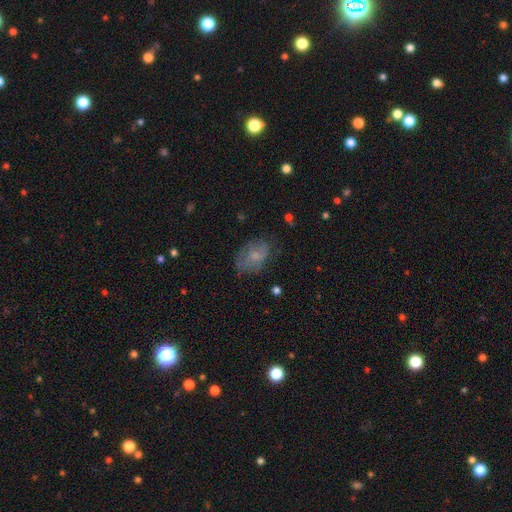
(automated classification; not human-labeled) Smooth or featured?
  - smooth: 57% *
  - featured or disk: 34%
  - star or artifact: 9%
How rounded?
  - in between: 83% *
  - round: 16%
  - cigar-shaped: 1%
Merging?
  - none: 58% *
  - minor disturbance: 27%
  - major disturbance: 13%
  - merger: 2%